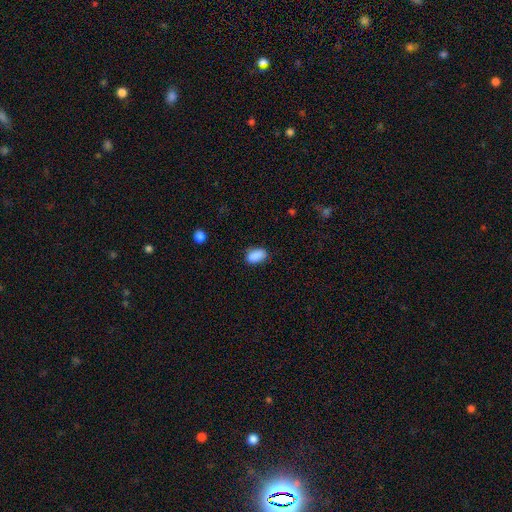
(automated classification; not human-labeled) smooth-or-featured: smooth: 89% | star or artifact: 8% | featured or disk: 3%
  how-rounded: in between: 91% | round: 7% | cigar-shaped: 2%
  merging: none: 81% | minor disturbance: 15% | major disturbance: 3% | merger: 1%